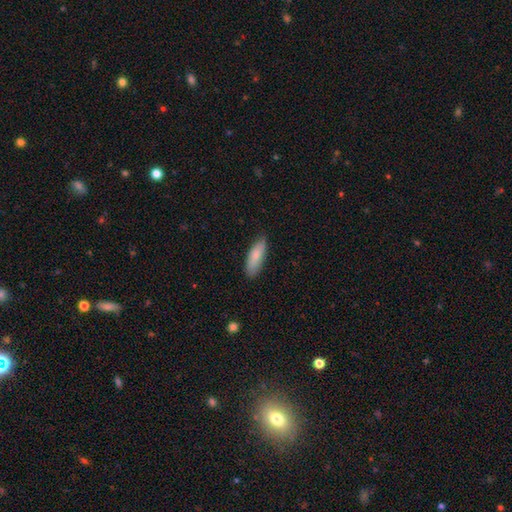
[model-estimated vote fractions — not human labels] Morphology: type=smooth (82%); roundness=in between (60%); merging=none (83%).